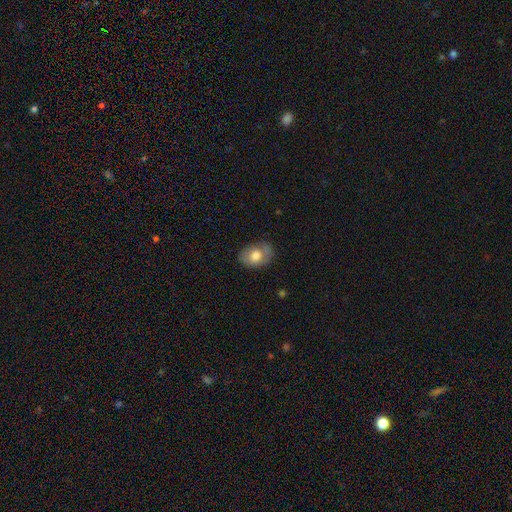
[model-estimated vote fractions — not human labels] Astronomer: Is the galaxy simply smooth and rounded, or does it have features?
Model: smooth — 67%.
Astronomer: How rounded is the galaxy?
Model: in between — 76%.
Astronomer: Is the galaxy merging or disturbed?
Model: none — 71%.